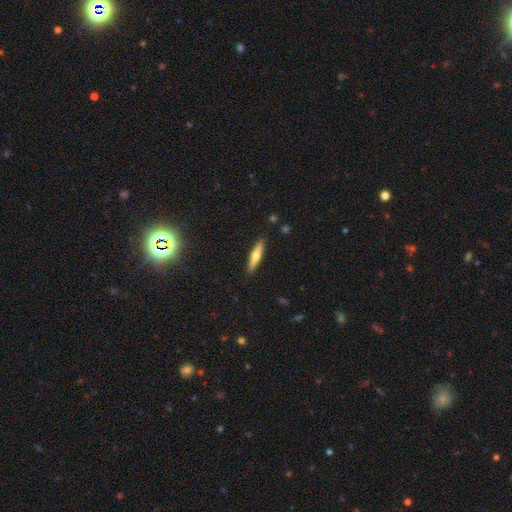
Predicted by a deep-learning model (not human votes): smooth-or-featured: smooth: 52% | featured or disk: 42% | star or artifact: 6%
  how-rounded: cigar-shaped: 83% | in between: 16% | round: 2%
  merging: none: 90% | minor disturbance: 7% | major disturbance: 2% | merger: 1%